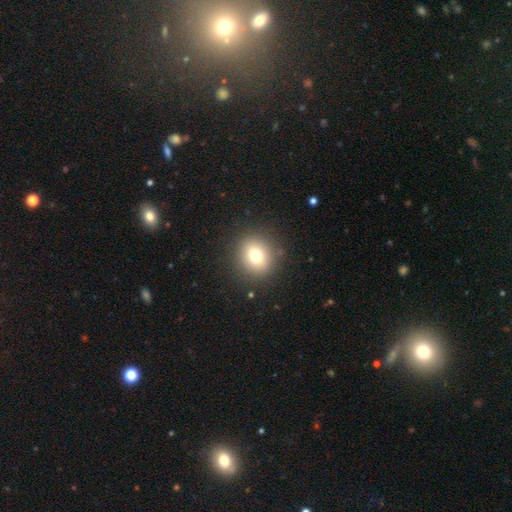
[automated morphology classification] smooth-or-featured: smooth: 75% | star or artifact: 13% | featured or disk: 12%
  how-rounded: round: 84% | in between: 15% | cigar-shaped: 1%
  merging: none: 88% | minor disturbance: 7% | major disturbance: 3% | merger: 1%